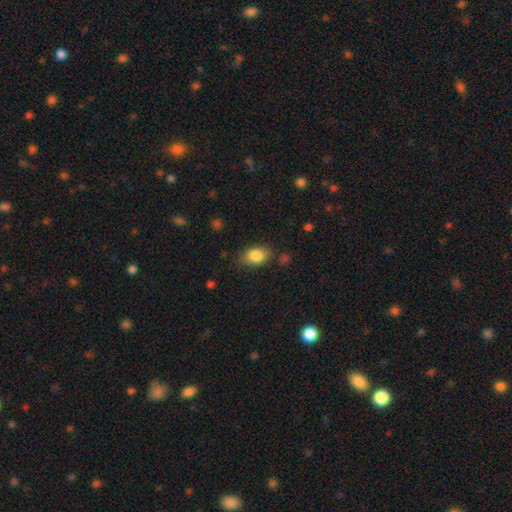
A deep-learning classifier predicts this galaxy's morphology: Smooth or featured?
  - smooth: 84% *
  - featured or disk: 8%
  - star or artifact: 8%
How rounded?
  - in between: 85% *
  - round: 13%
  - cigar-shaped: 2%
Merging?
  - none: 76% *
  - minor disturbance: 17%
  - major disturbance: 4%
  - merger: 3%